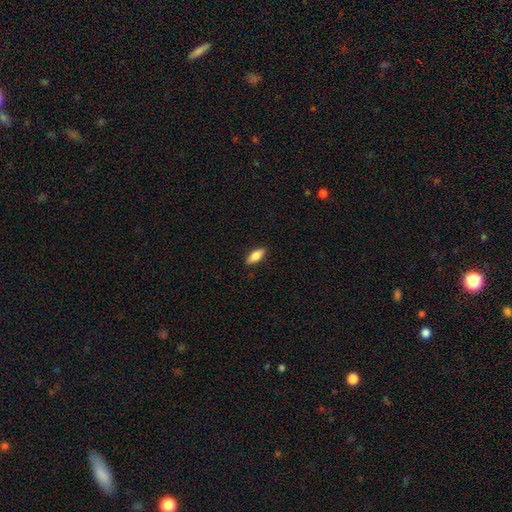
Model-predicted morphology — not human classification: This appears to be a smooth galaxy with no disk features (80%) that is in between round and cigar-shaped (77%). Merging: none (89%).